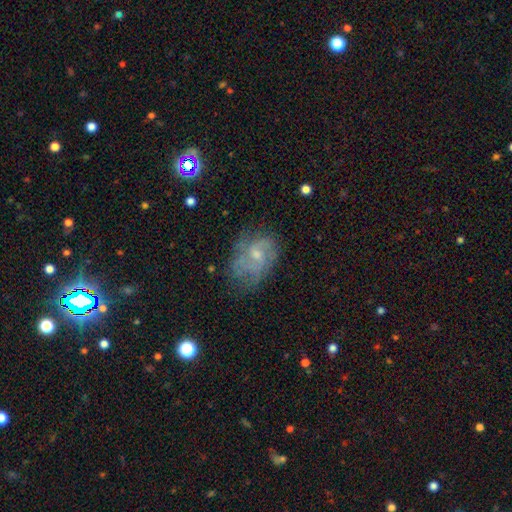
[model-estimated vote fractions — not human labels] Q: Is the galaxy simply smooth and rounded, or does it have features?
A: featured or disk — 67%.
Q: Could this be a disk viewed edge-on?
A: no — 97%.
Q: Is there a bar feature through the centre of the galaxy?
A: no — 57%.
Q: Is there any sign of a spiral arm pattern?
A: yes — 80%.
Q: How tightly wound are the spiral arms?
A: medium — 44%.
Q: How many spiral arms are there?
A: can't tell — 39%.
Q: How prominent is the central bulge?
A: small — 55%.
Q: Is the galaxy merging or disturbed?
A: none — 55%.